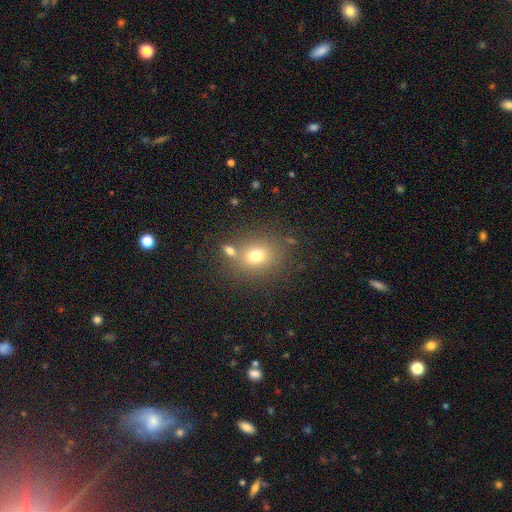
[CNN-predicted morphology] smooth 73%, star or artifact 15%, featured or disk 12%. Down the decision tree: how rounded — round (64%); merging — none (67%).